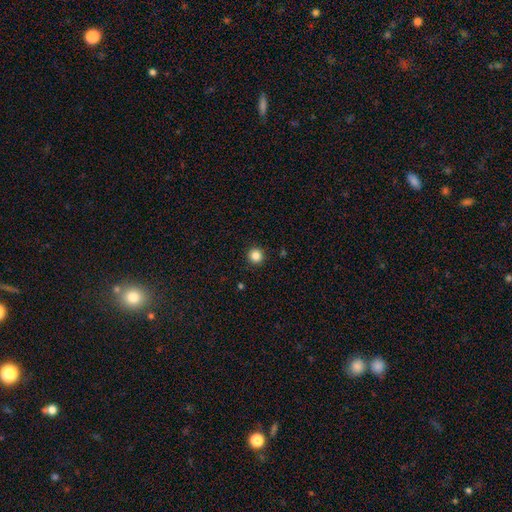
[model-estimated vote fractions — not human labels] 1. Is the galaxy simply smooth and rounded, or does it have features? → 85% smooth, 11% star or artifact, 4% featured or disk.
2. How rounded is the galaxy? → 95% round, 4% in between, 1% cigar-shaped.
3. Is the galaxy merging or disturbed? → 92% none, 5% minor disturbance, 2% major disturbance, 1% merger.